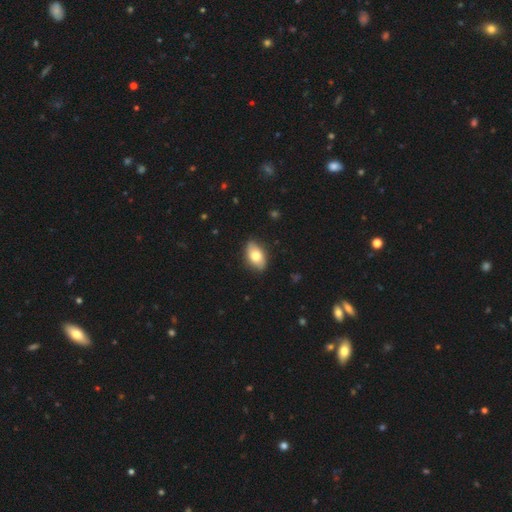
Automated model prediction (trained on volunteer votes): This is likely a smooth galaxy (74%). How rounded: clearly in between (91%). Merging: clearly none (85%).